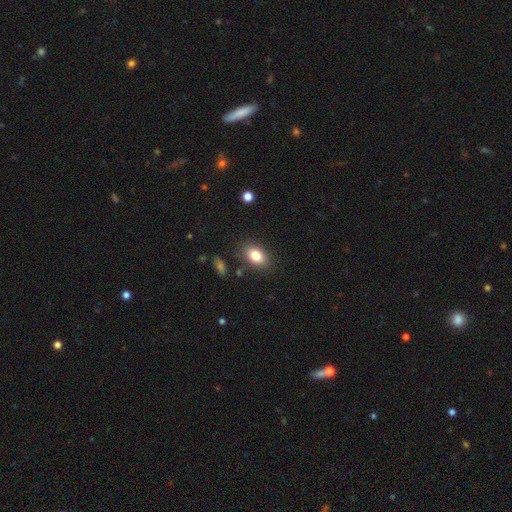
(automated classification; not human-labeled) Smooth or featured: smooth — 82% (featured or disk — 9%)
How rounded: in between — 85% (round — 13%)
Merging: none — 85% (minor disturbance — 10%)